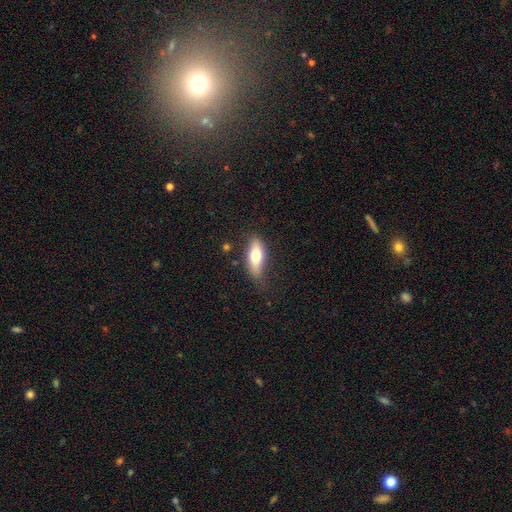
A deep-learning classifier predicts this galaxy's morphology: Q: Smooth or featured?
A: smooth (70%); runner-up: featured or disk (24%)
Q: How rounded?
A: in between (74%); runner-up: cigar-shaped (23%)
Q: Merging?
A: none (70%); runner-up: minor disturbance (22%)